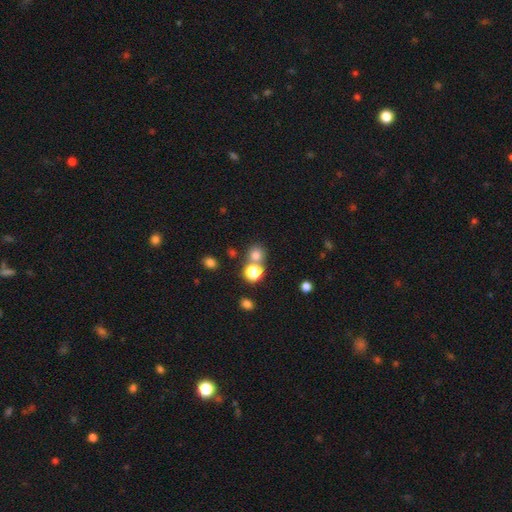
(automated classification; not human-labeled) smooth-or-featured: smooth: 75% | star or artifact: 19% | featured or disk: 7%
  how-rounded: round: 87% | in between: 12% | cigar-shaped: 1%
  merging: none: 64% | merger: 25% | minor disturbance: 8% | major disturbance: 3%